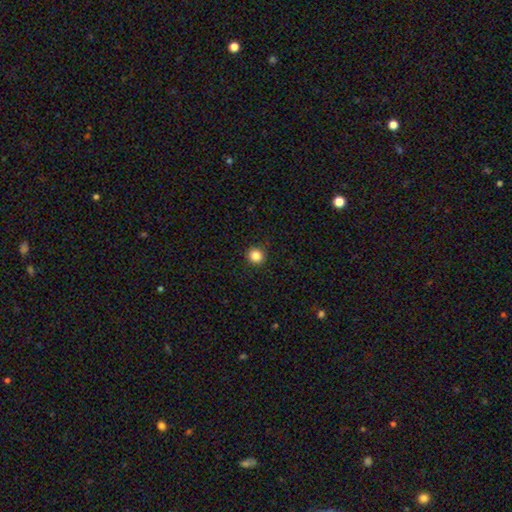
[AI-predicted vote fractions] Overall: smooth (85%). How rounded: round (92%). Merging: none (92%).